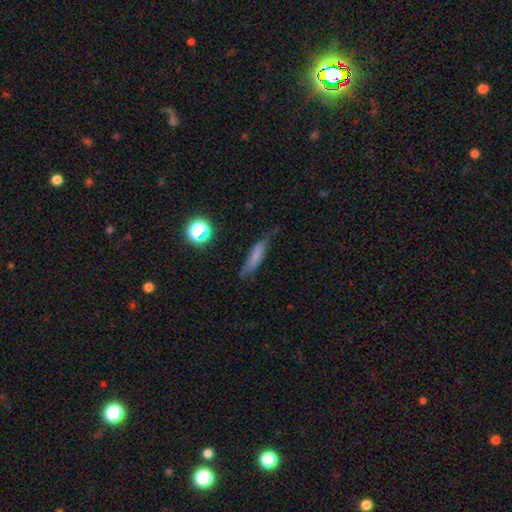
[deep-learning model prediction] smooth_or_featured: smooth (p=0.67) [alt: featured or disk p=0.22]
how_rounded: cigar-shaped (p=0.74) [alt: in between p=0.22]
merging: none (p=0.61) [alt: minor disturbance p=0.28]